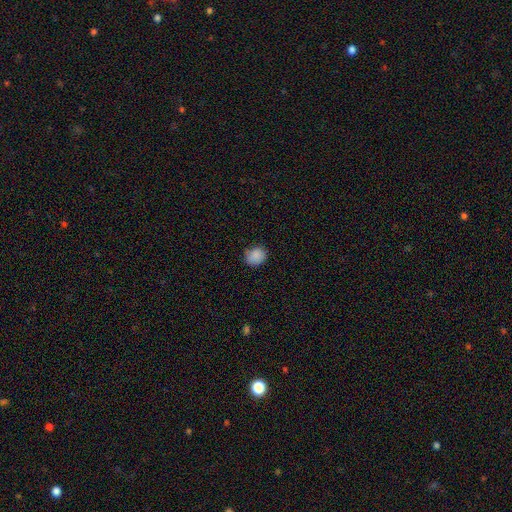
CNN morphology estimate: smooth 87%, star or artifact 8%, featured or disk 5%. Down the decision tree: how rounded — round (62%); merging — none (74%).